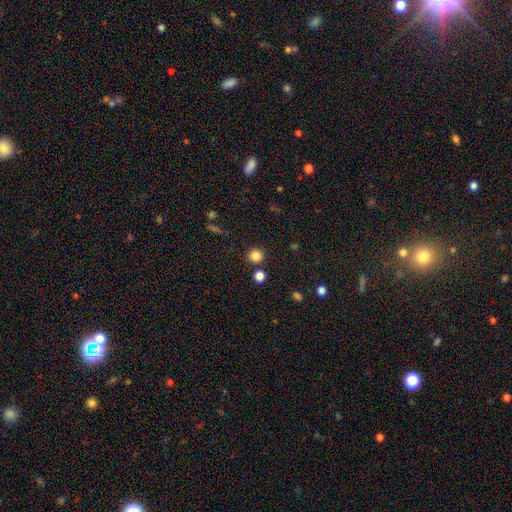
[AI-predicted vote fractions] A smooth galaxy with no disk features (84%) that is round (93%).

Vote fractions:
- Smooth or featured? smooth: 84% / star or artifact: 12% / featured or disk: 4%
- How rounded? round: 93% / in between: 6% / cigar-shaped: 1%
- Merging? none: 85% / minor disturbance: 6% / merger: 6% / major disturbance: 3%